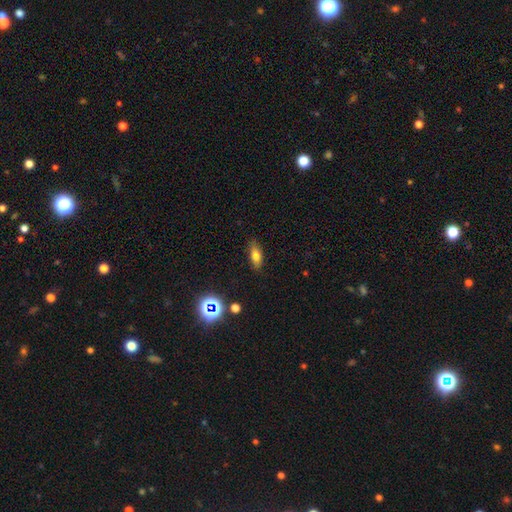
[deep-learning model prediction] The model was most divided on "how rounded": in between: 75%, cigar-shaped: 20%, round: 5%. More confident: merging — none (86%); smooth or featured — smooth (73%).